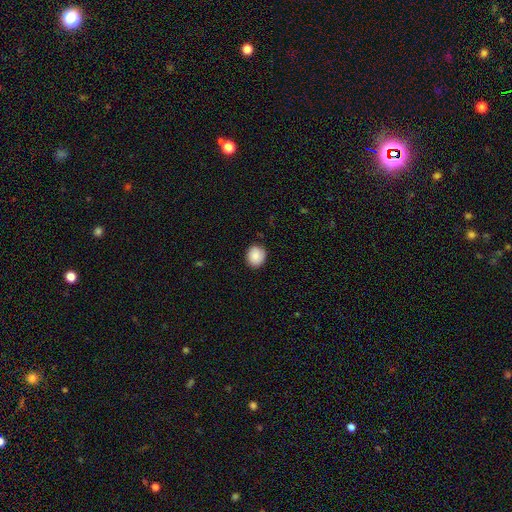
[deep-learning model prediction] Smooth or featured?
  - smooth: 86% *
  - star or artifact: 8%
  - featured or disk: 6%
How rounded?
  - round: 72% *
  - in between: 27%
  - cigar-shaped: 1%
Merging?
  - none: 85% *
  - minor disturbance: 11%
  - major disturbance: 2%
  - merger: 1%